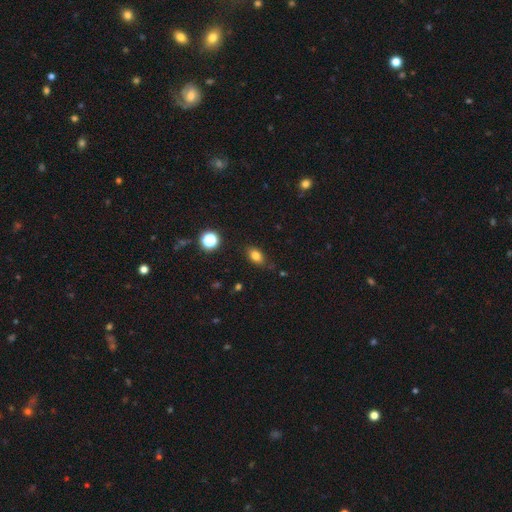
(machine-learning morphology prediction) This is likely a smooth galaxy (80%). How rounded: clearly in between (80%). Merging: likely none (77%).